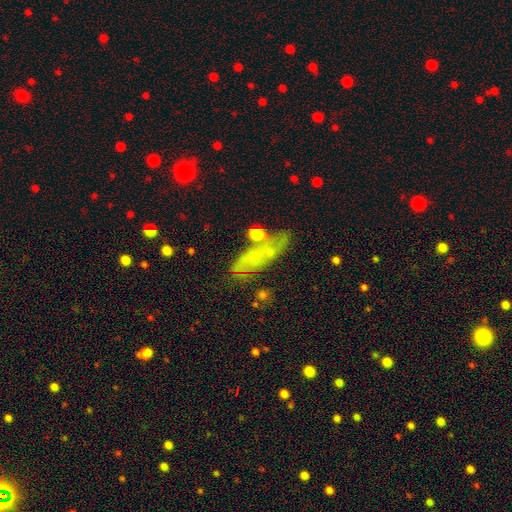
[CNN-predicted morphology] A smooth galaxy with no disk features (49%). Merging: none (56%).